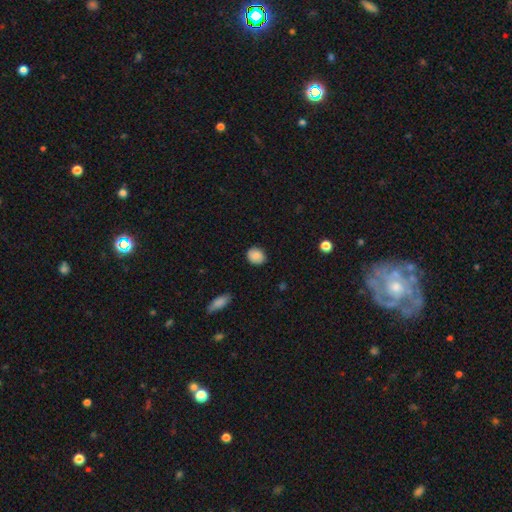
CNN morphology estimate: Q: Smooth or featured?
A: smooth (87%); runner-up: star or artifact (8%)
Q: How rounded?
A: round (59%); runner-up: in between (40%)
Q: Merging?
A: none (85%); runner-up: minor disturbance (12%)